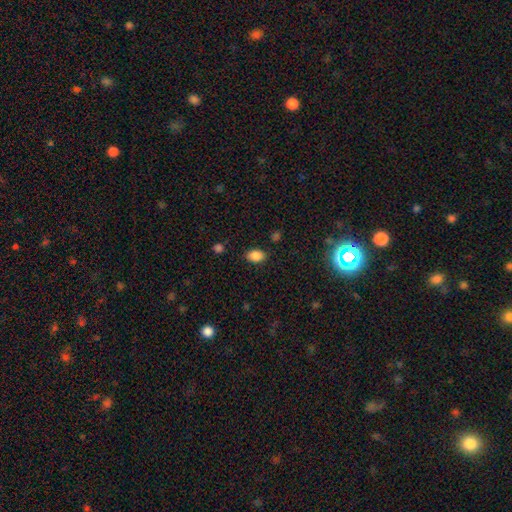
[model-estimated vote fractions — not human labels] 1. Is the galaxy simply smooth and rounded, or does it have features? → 86% smooth, 10% star or artifact, 4% featured or disk.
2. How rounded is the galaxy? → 83% in between, 16% round, 1% cigar-shaped.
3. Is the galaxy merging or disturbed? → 83% none, 12% minor disturbance, 3% major disturbance, 2% merger.